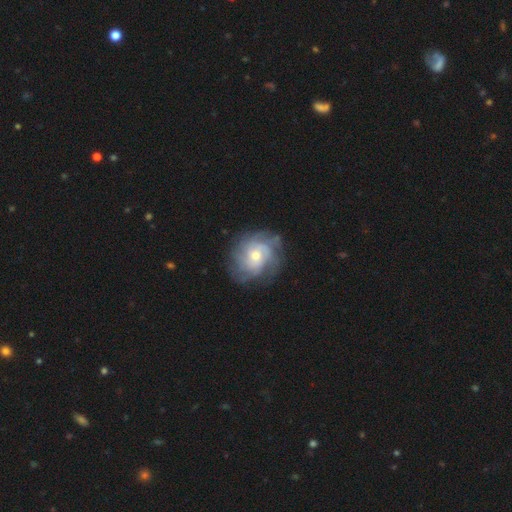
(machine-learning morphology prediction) A featured or disk galaxy (77%) with no bar (73%), tight (57%) spiral arms (92%) and a moderate central bulge (48%). Merging: none (73%).